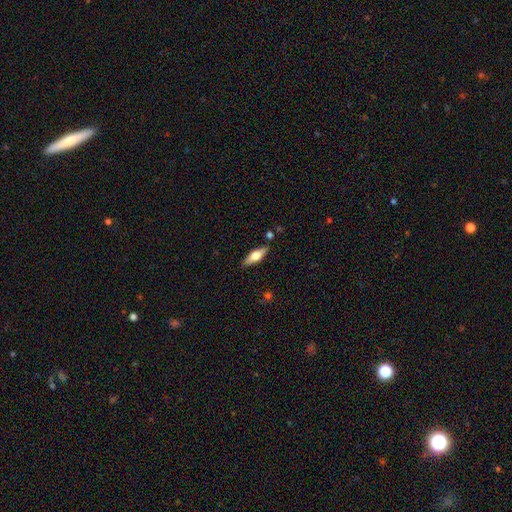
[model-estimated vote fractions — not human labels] The model was most divided on "smooth or featured": smooth: 50%, featured or disk: 43%, star or artifact: 6%. More confident: merging — none (84%); how rounded — in between (53%).